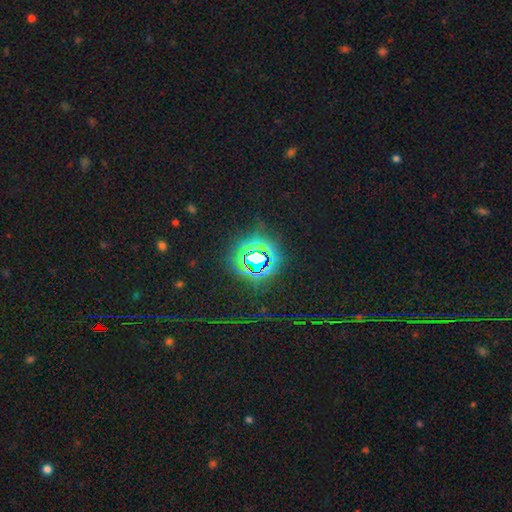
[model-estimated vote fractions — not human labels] Morphology: type=star or artifact (80%).